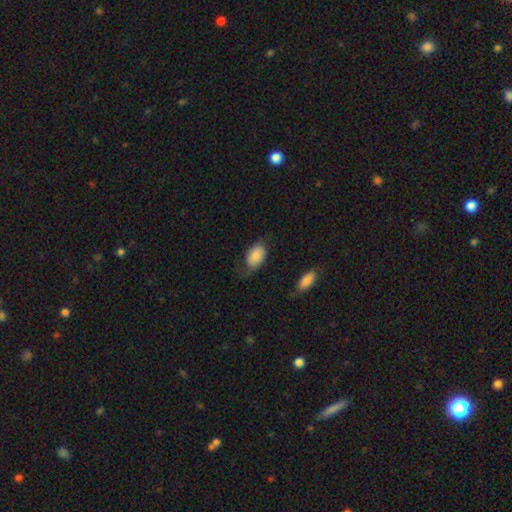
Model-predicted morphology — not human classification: Q: Smooth or featured?
A: smooth (77%); runner-up: featured or disk (16%)
Q: How rounded?
A: in between (86%); runner-up: round (13%)
Q: Merging?
A: none (51%); runner-up: minor disturbance (29%)